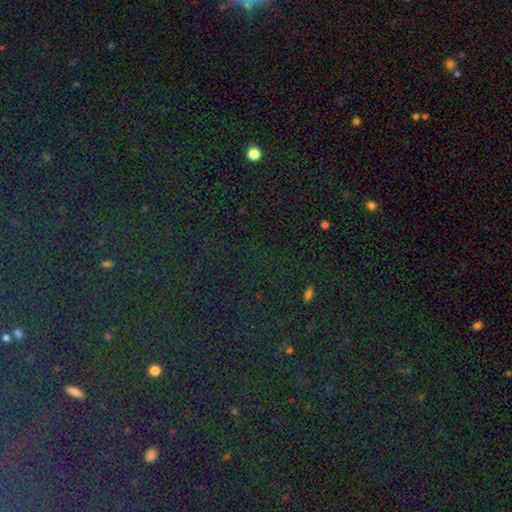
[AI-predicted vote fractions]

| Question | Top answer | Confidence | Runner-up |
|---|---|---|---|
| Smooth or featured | star or artifact | 80% | smooth (12%) |